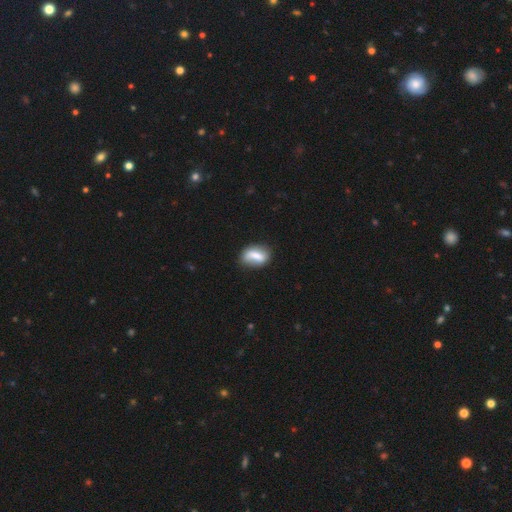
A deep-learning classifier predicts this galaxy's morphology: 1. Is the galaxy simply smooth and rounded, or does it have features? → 68% smooth, 24% featured or disk, 8% star or artifact.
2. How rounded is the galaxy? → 82% in between, 13% round, 6% cigar-shaped.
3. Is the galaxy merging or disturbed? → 66% none, 23% minor disturbance, 6% major disturbance, 4% merger.